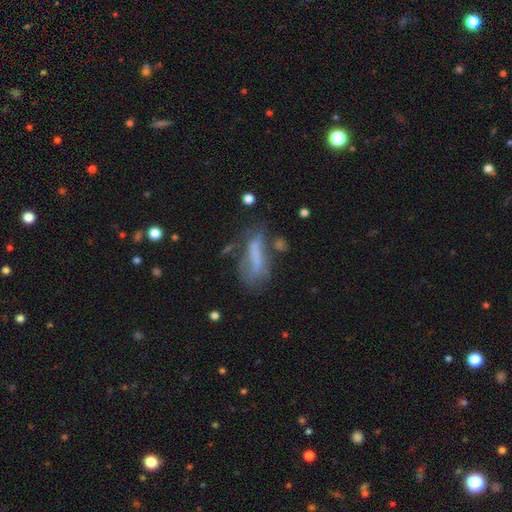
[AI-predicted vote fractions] smooth-or-featured: smooth: 48% | featured or disk: 40% | star or artifact: 13%
  merging: none: 37% | major disturbance: 28% | minor disturbance: 25% | merger: 11%